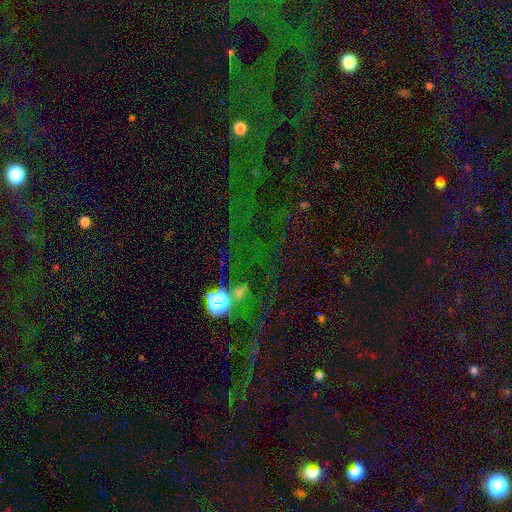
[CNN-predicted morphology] This appears to be a star or artifact, not a galaxy (77%).